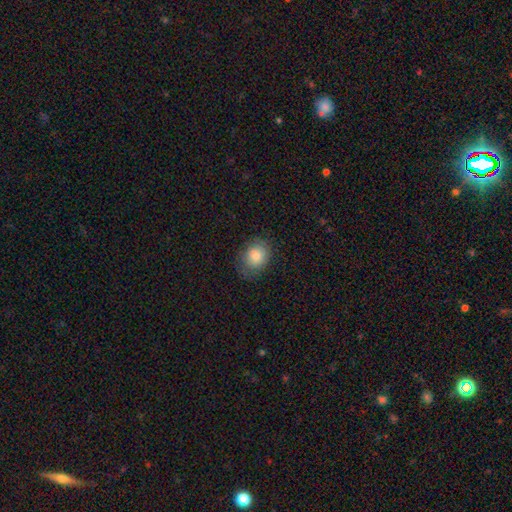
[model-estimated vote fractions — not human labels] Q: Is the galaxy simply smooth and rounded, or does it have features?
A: smooth — 83%.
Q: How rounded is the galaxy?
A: round — 50%.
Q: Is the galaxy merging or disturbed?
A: none — 71%.